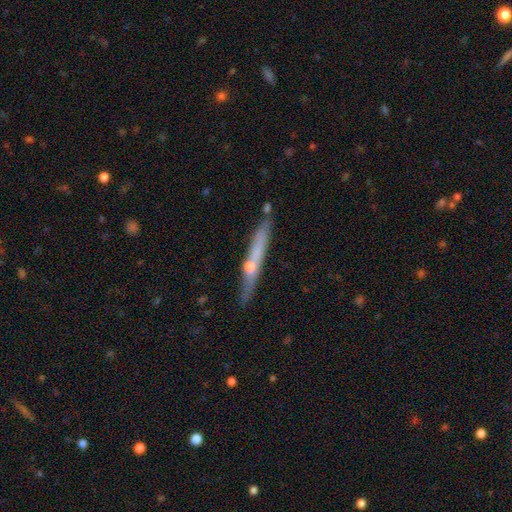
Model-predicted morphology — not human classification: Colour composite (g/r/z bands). It shows a featured or disk galaxy (59%) viewed edge-on (93%) with a rounded central bulge (68%). Merging: none (80%).